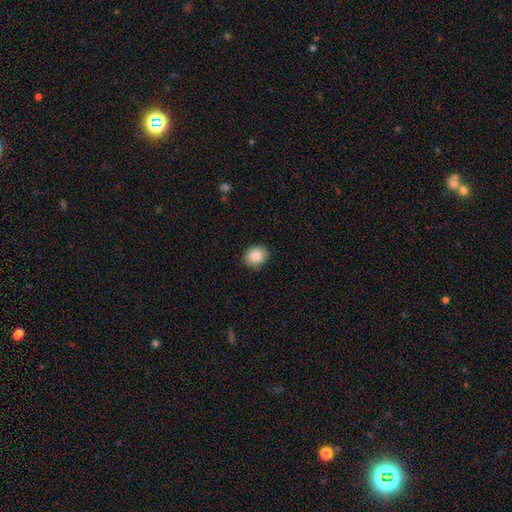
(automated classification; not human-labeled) A smooth galaxy with no disk features (85%) that is round (70%). Merging: none (90%).